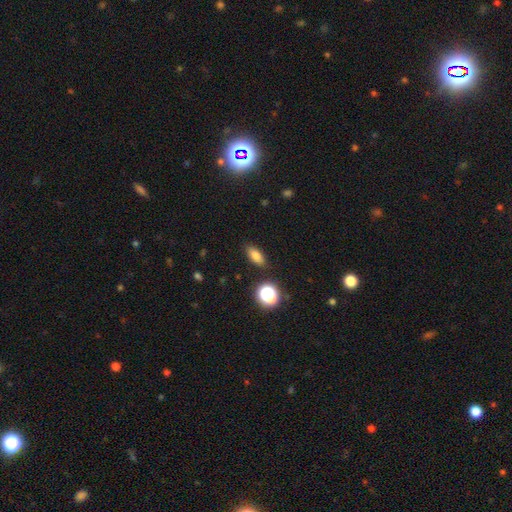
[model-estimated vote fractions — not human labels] smooth_or_featured: smooth (p=0.79) [alt: star or artifact p=0.13]
how_rounded: in between (p=0.78) [alt: cigar-shaped p=0.13]
merging: none (p=0.87) [alt: minor disturbance p=0.09]